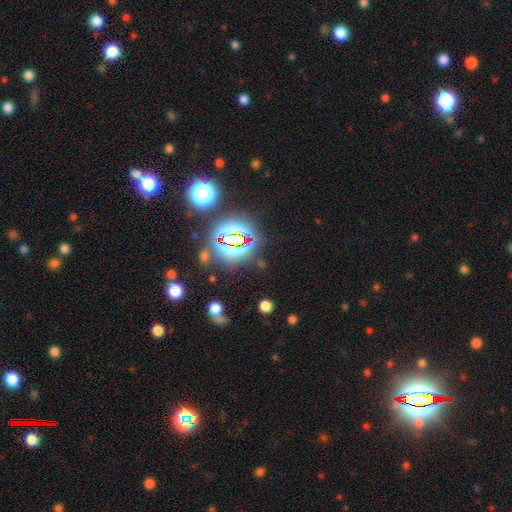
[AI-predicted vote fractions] Smooth or featured? Predicted: star or artifact (p=0.82).